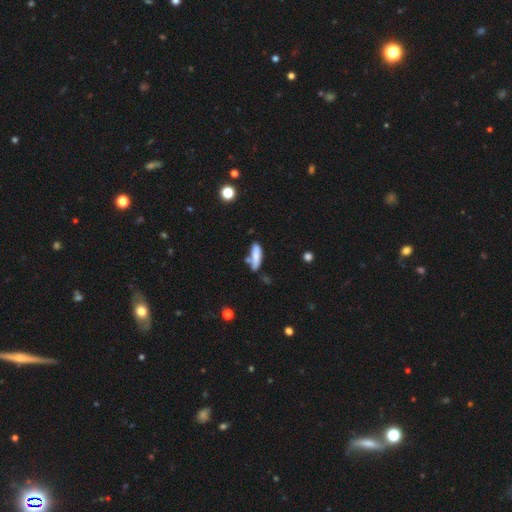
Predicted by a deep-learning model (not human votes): This is likely a smooth galaxy (78%). How rounded: possibly cigar-shaped (57%). Merging: possibly none (49%).